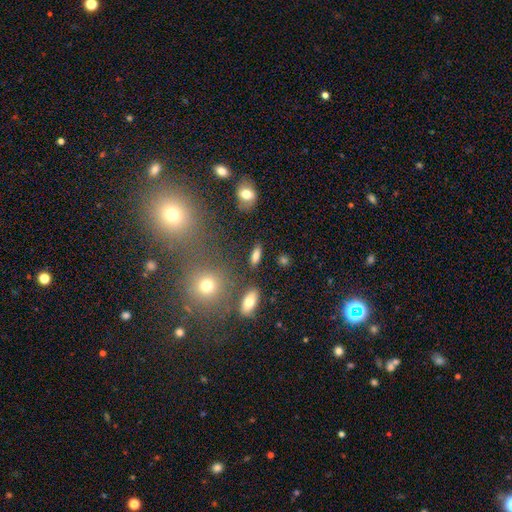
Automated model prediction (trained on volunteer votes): smooth_or_featured: smooth (p=0.74) [alt: featured or disk p=0.15]
how_rounded: in between (p=0.68) [alt: cigar-shaped p=0.25]
merging: none (p=0.84) [alt: minor disturbance p=0.09]